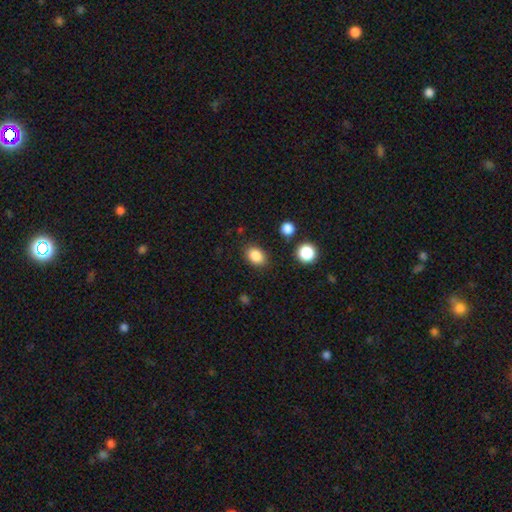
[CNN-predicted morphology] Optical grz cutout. It shows a smooth galaxy with no disk features (87%) that is in between round and cigar-shaped (73%). Merging: none (85%).